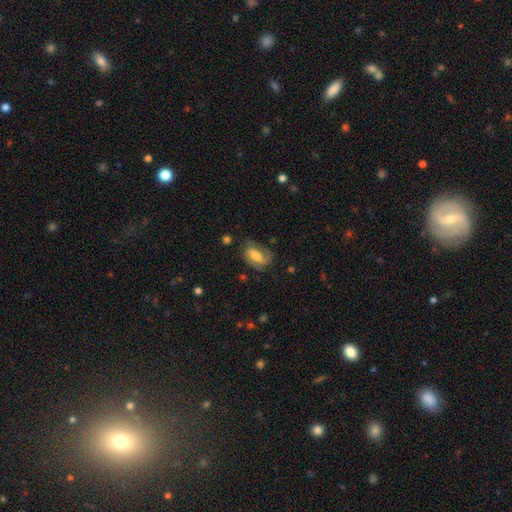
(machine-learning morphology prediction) A smooth galaxy with no disk features (48%). Merging: none (61%).